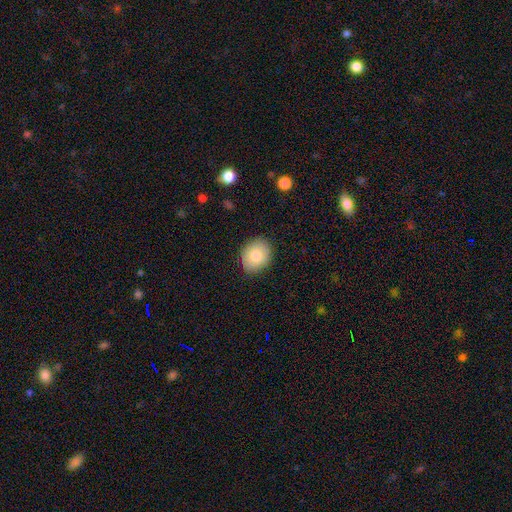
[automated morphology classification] Smooth or featured: smooth — 81% (featured or disk — 11%)
How rounded: round — 53% (in between — 46%)
Merging: none — 86% (minor disturbance — 11%)